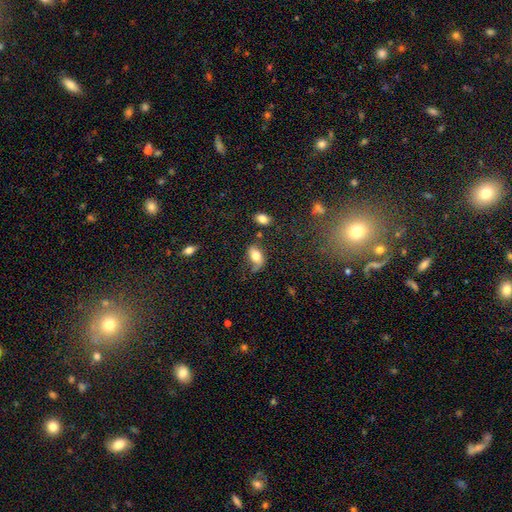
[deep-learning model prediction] The model was most divided on "merging": none: 49%, minor disturbance: 29%, major disturbance: 16%, merger: 7%. More confident: how rounded — in between (90%); smooth or featured — smooth (74%).